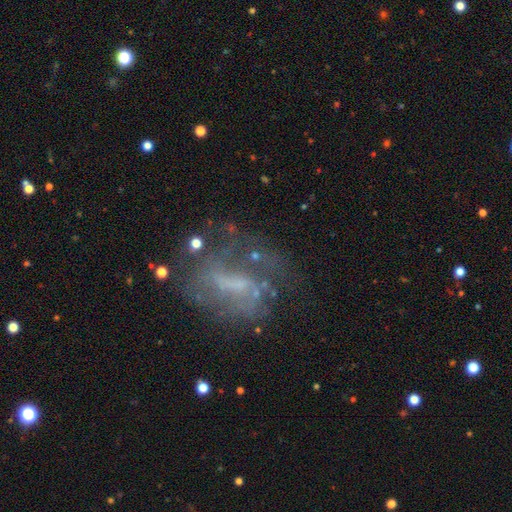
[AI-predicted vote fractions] Morphology: type=featured or disk (67%); edge-on=no (96%); bar=weak (41%); spiral arms=yes (60%); bulge=none (51%); merging=none (44%).